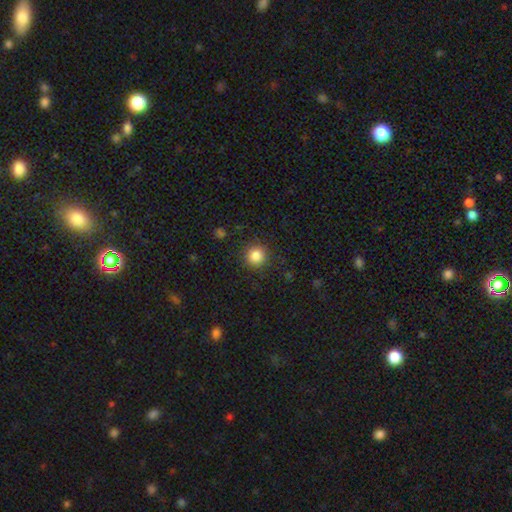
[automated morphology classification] Smooth or featured?
  - smooth: 85% *
  - star or artifact: 11%
  - featured or disk: 4%
How rounded?
  - round: 95% *
  - in between: 4%
  - cigar-shaped: 1%
Merging?
  - none: 89% *
  - minor disturbance: 7%
  - major disturbance: 3%
  - merger: 1%